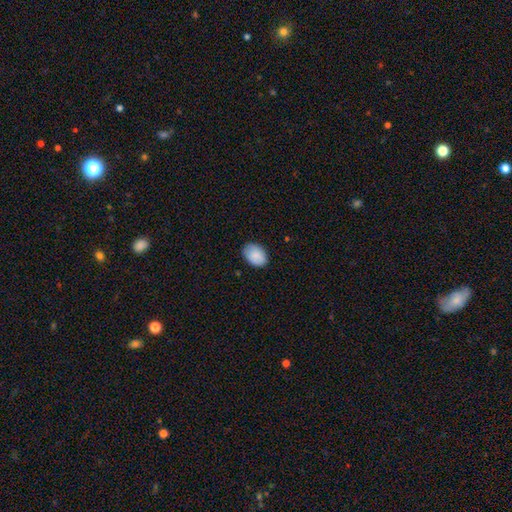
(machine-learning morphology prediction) A smooth galaxy with no disk features (88%) that is in between round and cigar-shaped (82%). Merging: none (83%).